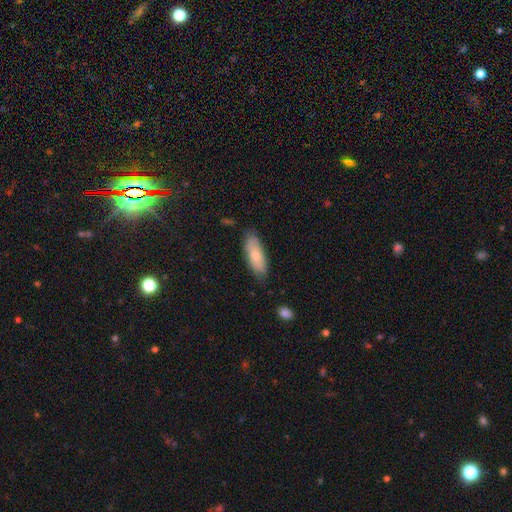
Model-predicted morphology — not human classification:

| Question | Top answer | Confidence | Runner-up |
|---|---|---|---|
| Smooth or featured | smooth | 71% | featured or disk (23%) |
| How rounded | in between | 71% | cigar-shaped (27%) |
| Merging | none | 78% | minor disturbance (17%) |